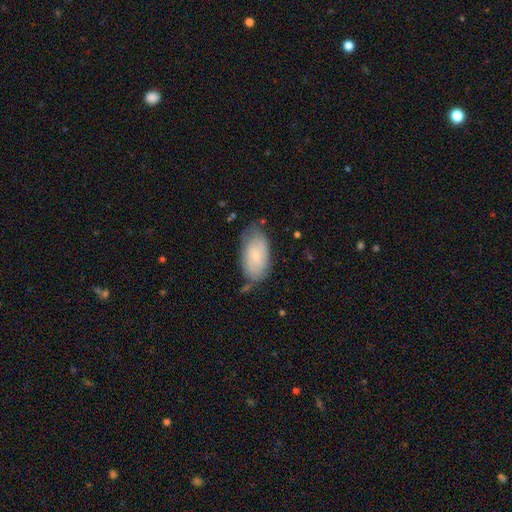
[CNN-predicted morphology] smooth-or-featured: smooth: 49% | featured or disk: 44% | star or artifact: 7%
  merging: none: 61% | minor disturbance: 28% | major disturbance: 8% | merger: 4%